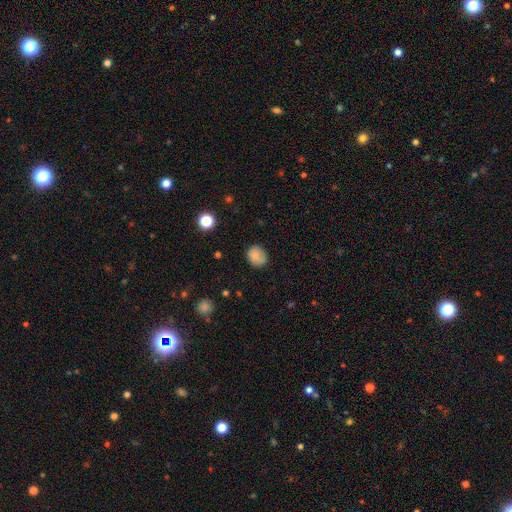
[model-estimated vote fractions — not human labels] smooth_or_featured: smooth (p=0.81) [alt: star or artifact p=0.10]
how_rounded: round (p=0.68) [alt: in between p=0.31]
merging: none (p=0.77) [alt: minor disturbance p=0.17]